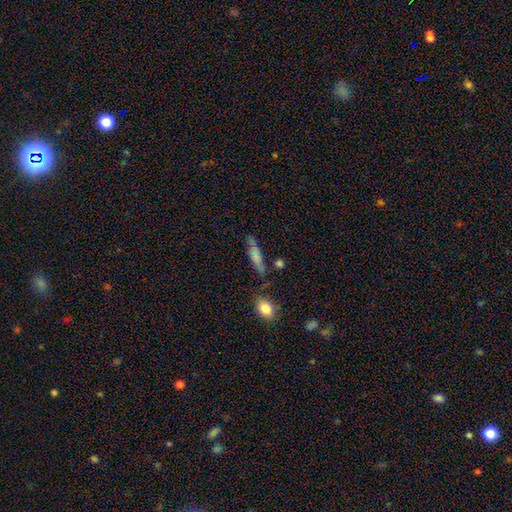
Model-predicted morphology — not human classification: A smooth galaxy with no disk features (61%) that is cigar-shaped (58%).

Vote fractions:
- Smooth or featured? smooth: 61% / featured or disk: 27% / star or artifact: 13%
- How rounded? cigar-shaped: 58% / in between: 38% / round: 5%
- Merging? none: 55% / minor disturbance: 21% / merger: 14% / major disturbance: 10%